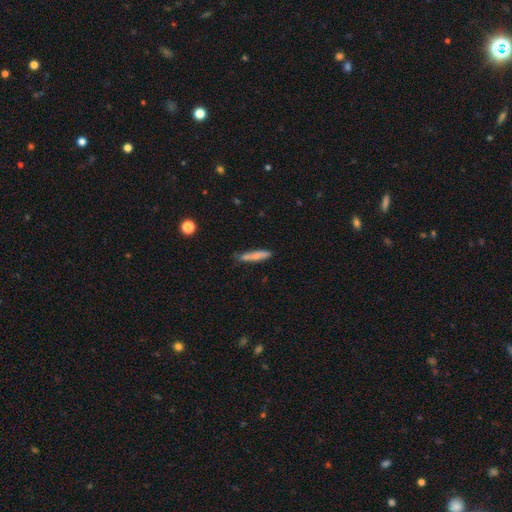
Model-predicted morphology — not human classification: smooth_or_featured: smooth (p=0.75) [alt: featured or disk p=0.18]
how_rounded: cigar-shaped (p=0.88) [alt: in between p=0.10]
merging: none (p=0.66) [alt: minor disturbance p=0.24]